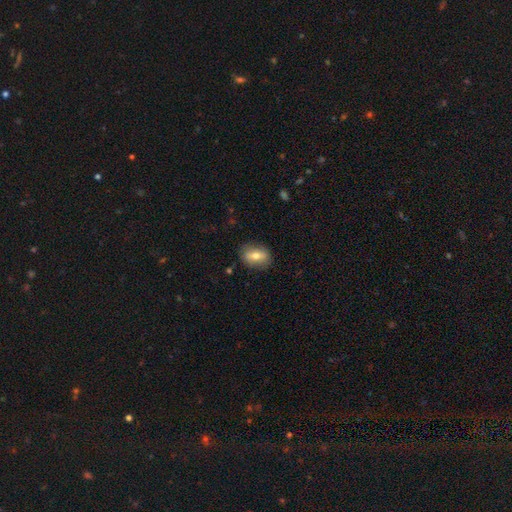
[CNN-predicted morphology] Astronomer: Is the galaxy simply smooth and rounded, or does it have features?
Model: smooth — 65%.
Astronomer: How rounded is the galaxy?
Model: in between — 73%.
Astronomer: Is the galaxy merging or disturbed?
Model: none — 83%.